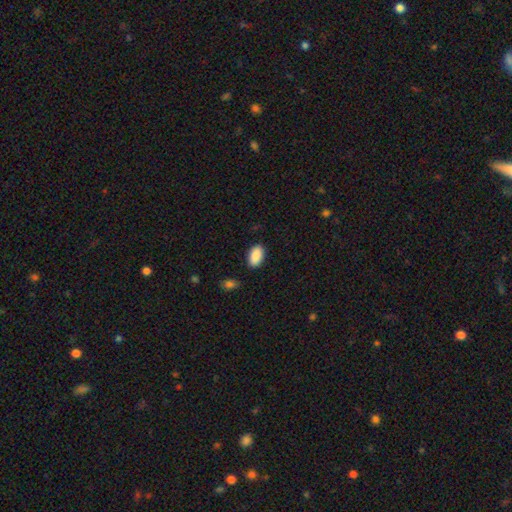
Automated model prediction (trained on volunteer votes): smooth 89%, star or artifact 6%, featured or disk 4%. Down the decision tree: how rounded — in between (94%); merging — none (87%).